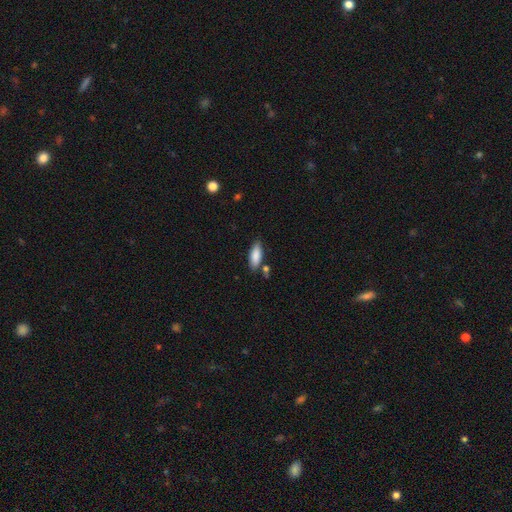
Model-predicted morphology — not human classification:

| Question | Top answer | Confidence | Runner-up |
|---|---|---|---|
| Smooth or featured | smooth | 86% | featured or disk (8%) |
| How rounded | in between | 74% | cigar-shaped (24%) |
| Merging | none | 75% | minor disturbance (15%) |